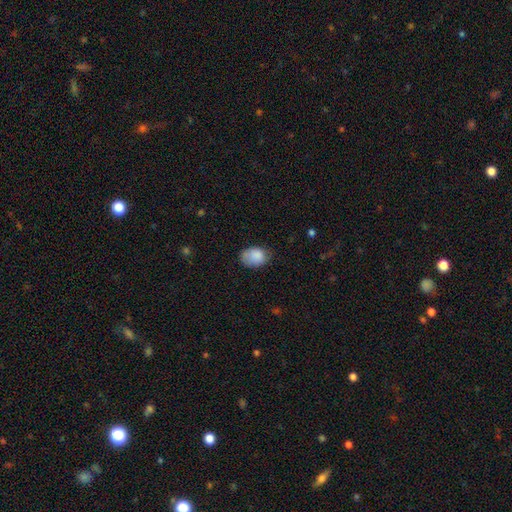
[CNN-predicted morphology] This appears to be a smooth galaxy with no disk features (85%) that is in between round and cigar-shaped (78%). Merging: none (60%).